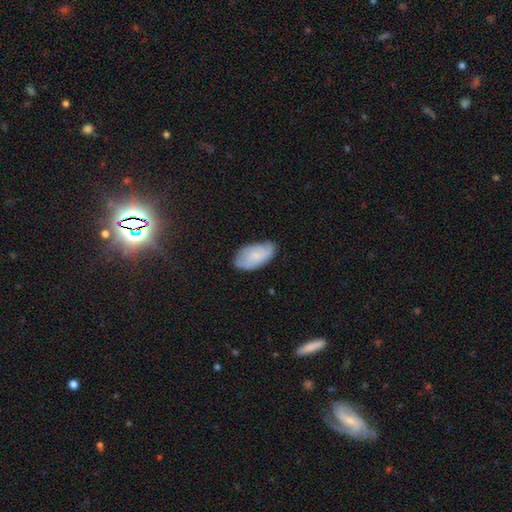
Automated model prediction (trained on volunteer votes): Overall: smooth (69%). How rounded: in between (95%). Merging: none (69%).